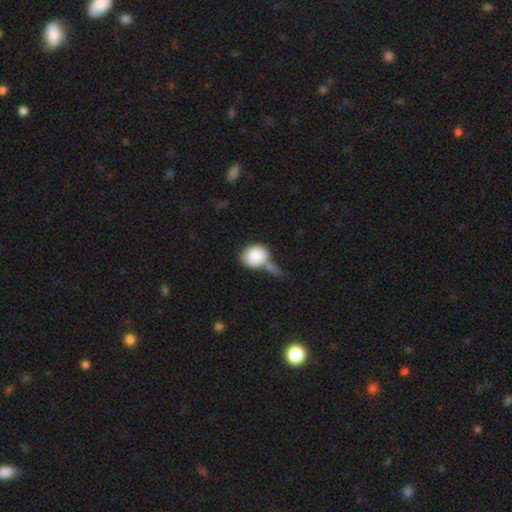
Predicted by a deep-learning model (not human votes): Smooth or featured?
  - smooth: 86% *
  - featured or disk: 8%
  - star or artifact: 7%
How rounded?
  - round: 58% *
  - in between: 41%
  - cigar-shaped: 1%
Merging?
  - merger: 35% *
  - none: 34%
  - minor disturbance: 20%
  - major disturbance: 11%